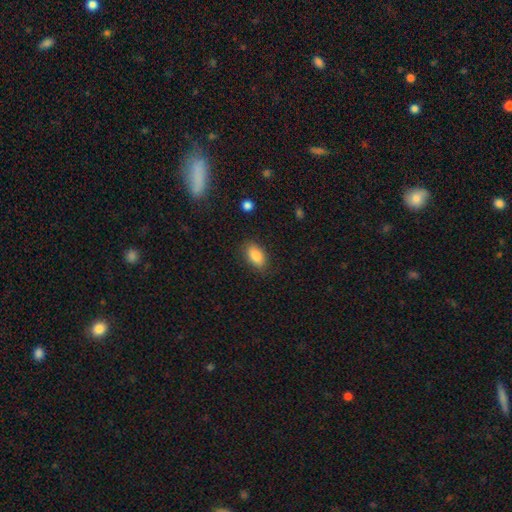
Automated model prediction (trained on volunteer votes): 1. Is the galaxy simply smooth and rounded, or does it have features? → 85% smooth, 8% star or artifact, 8% featured or disk.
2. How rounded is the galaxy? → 90% in between, 6% round, 4% cigar-shaped.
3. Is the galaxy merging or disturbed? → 83% none, 13% minor disturbance, 3% major disturbance, 1% merger.